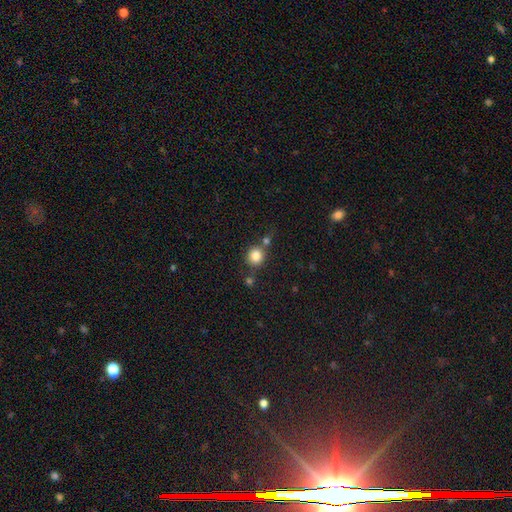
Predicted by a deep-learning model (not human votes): This is clearly a smooth galaxy (83%). How rounded: clearly round (88%). Merging: likely none (69%).